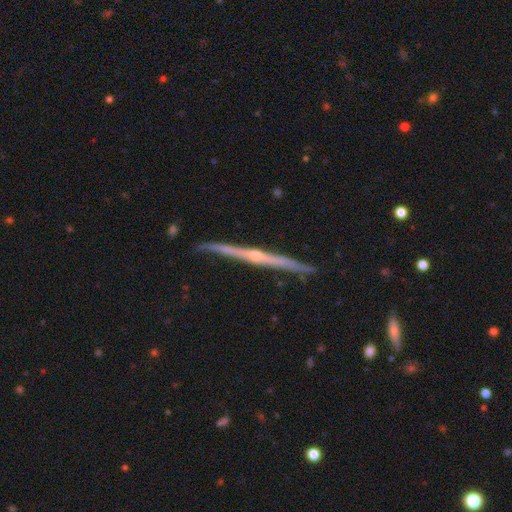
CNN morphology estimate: Smooth or featured?
  - featured or disk: 85% *
  - smooth: 10%
  - star or artifact: 5%
Edge-on disk?
  - yes: 98% *
  - no: 2%
Edge-on bulge?
  - rounded: 76% *
  - none: 20%
  - boxy: 4%
Merging?
  - none: 85% *
  - minor disturbance: 11%
  - major disturbance: 2%
  - merger: 2%